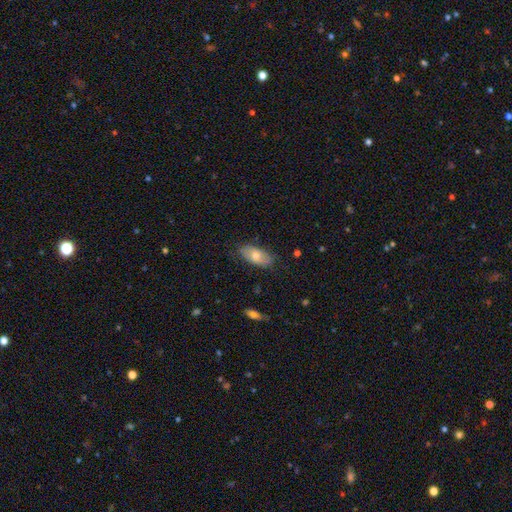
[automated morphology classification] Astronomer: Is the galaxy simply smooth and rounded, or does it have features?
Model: smooth — 75%.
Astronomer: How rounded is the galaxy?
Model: in between — 92%.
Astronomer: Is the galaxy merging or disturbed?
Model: none — 81%.